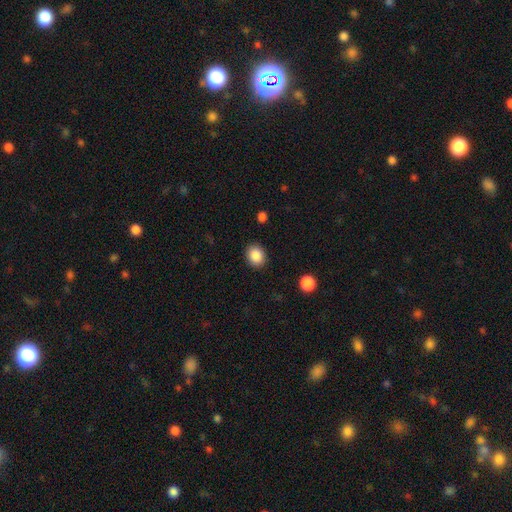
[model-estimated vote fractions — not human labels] smooth-or-featured: smooth: 87% | star or artifact: 9% | featured or disk: 4%
  how-rounded: round: 56% | in between: 43% | cigar-shaped: 1%
  merging: none: 89% | minor disturbance: 8% | major disturbance: 2% | merger: 1%